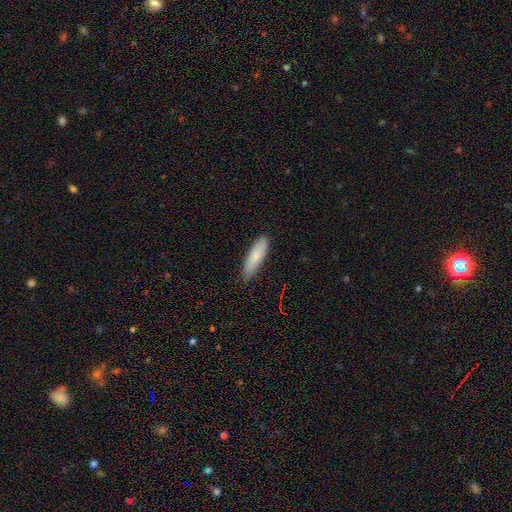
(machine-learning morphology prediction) Smooth or featured? smooth (77%)
How rounded? cigar-shaped (62%)
Merging? none (87%)